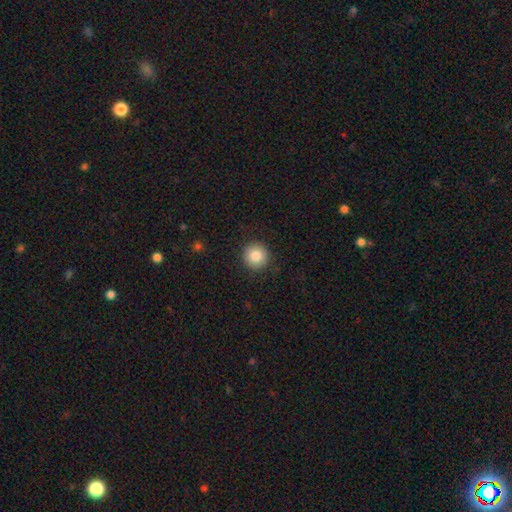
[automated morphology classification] This appears to be a smooth galaxy with no disk features (85%) that is round (95%). Merging: none (90%).